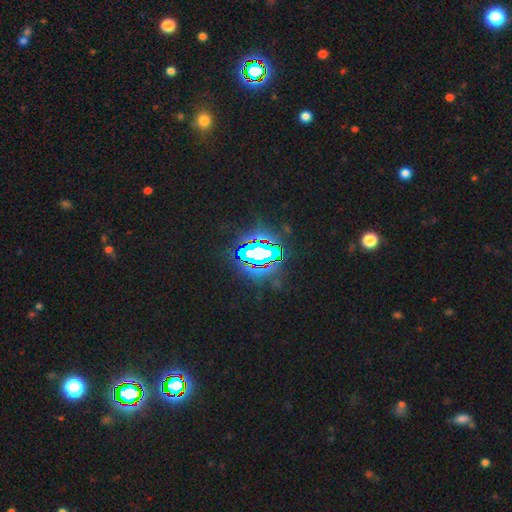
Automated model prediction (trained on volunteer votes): This is likely a star or artifact rather than a galaxy (79%).